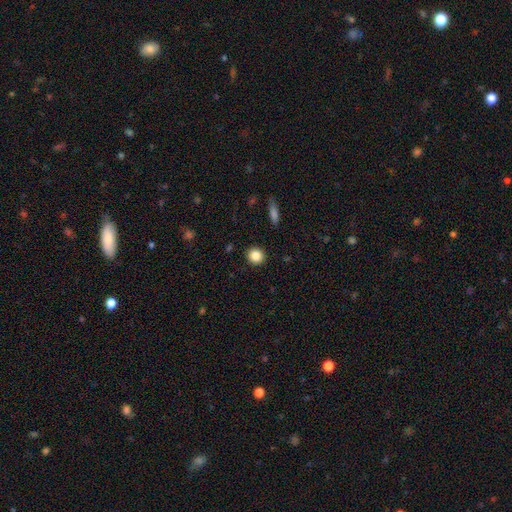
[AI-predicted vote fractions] Morphology: type=smooth (84%); roundness=round (87%); merging=none (92%).